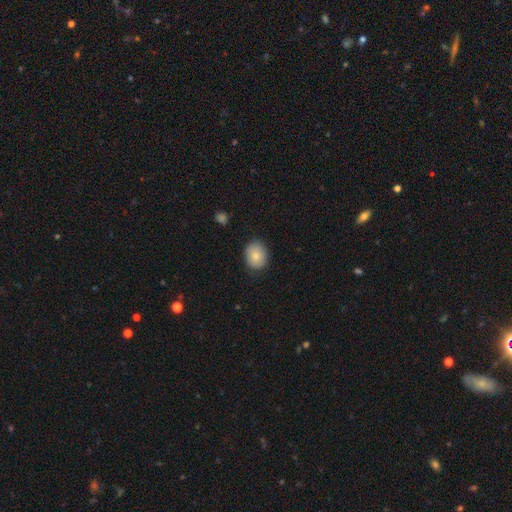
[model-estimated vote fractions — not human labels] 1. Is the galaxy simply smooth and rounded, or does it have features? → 85% smooth, 8% featured or disk, 7% star or artifact.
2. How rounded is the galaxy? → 56% round, 44% in between, 1% cigar-shaped.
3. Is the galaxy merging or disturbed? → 83% none, 13% minor disturbance, 3% major disturbance, 1% merger.